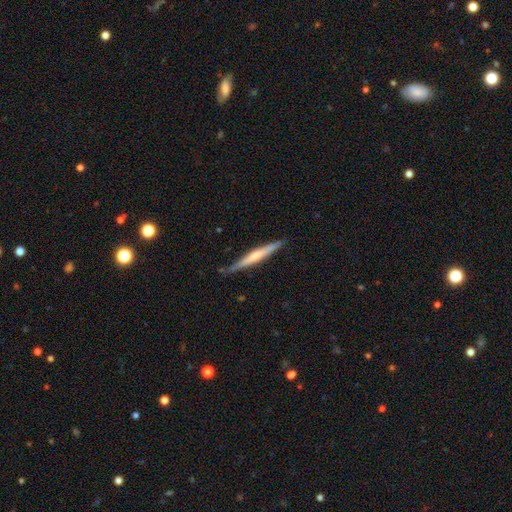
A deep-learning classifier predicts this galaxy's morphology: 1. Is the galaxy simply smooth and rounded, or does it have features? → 55% featured or disk, 40% smooth, 5% star or artifact.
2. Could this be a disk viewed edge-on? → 97% yes, 3% no.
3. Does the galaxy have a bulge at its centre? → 48% rounded, 42% none, 10% boxy.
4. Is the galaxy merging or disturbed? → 84% none, 13% minor disturbance, 2% major disturbance, 1% merger.